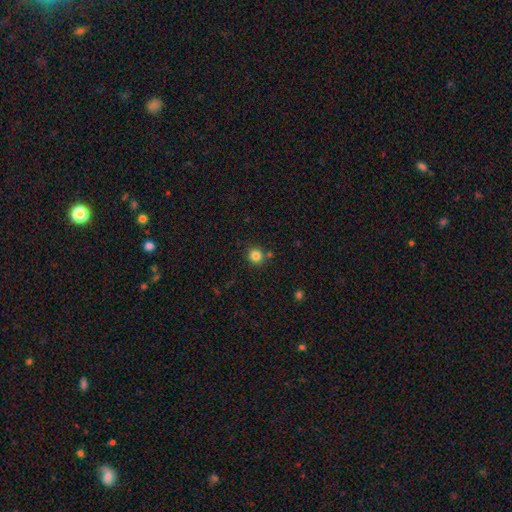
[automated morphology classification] A smooth galaxy with no disk features (83%) that is round (91%).

Vote fractions:
- Smooth or featured? smooth: 83% / star or artifact: 12% / featured or disk: 5%
- How rounded? round: 91% / in between: 8% / cigar-shaped: 1%
- Merging? none: 82% / minor disturbance: 8% / merger: 7% / major disturbance: 3%